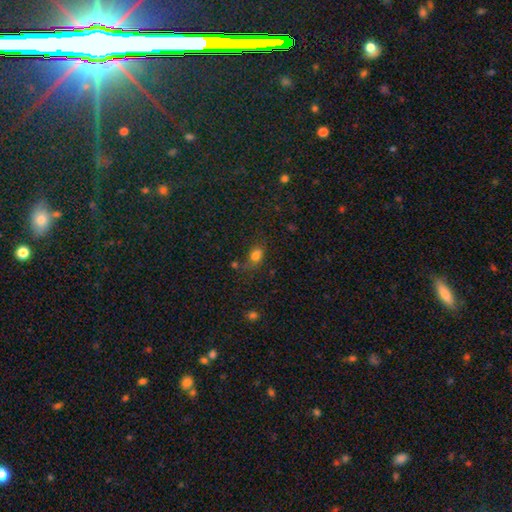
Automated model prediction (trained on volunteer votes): smooth-or-featured: smooth: 76% | star or artifact: 16% | featured or disk: 8%
  how-rounded: in between: 58% | round: 40% | cigar-shaped: 2%
  merging: none: 54% | minor disturbance: 23% | merger: 13% | major disturbance: 10%